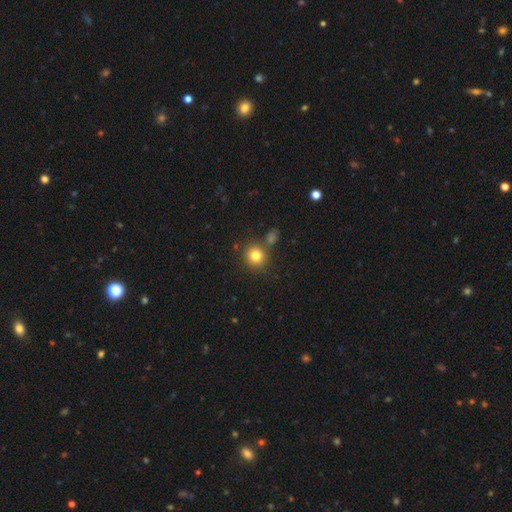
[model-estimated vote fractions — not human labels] This appears to be a smooth galaxy with no disk features (81%) that is round (88%). Merging: none (77%).